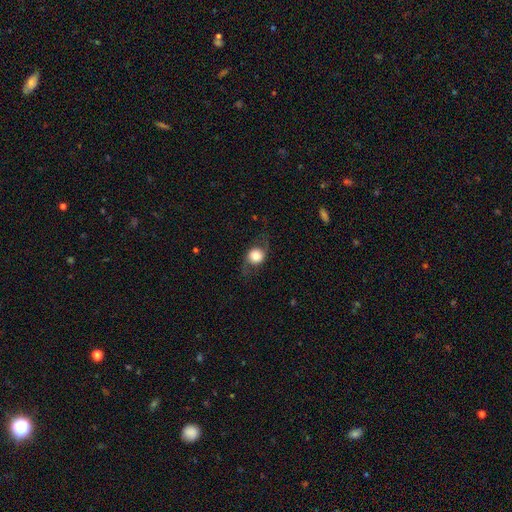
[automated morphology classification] Q: Smooth or featured?
A: smooth (49%); runner-up: featured or disk (43%)
Q: Merging?
A: none (69%); runner-up: minor disturbance (18%)